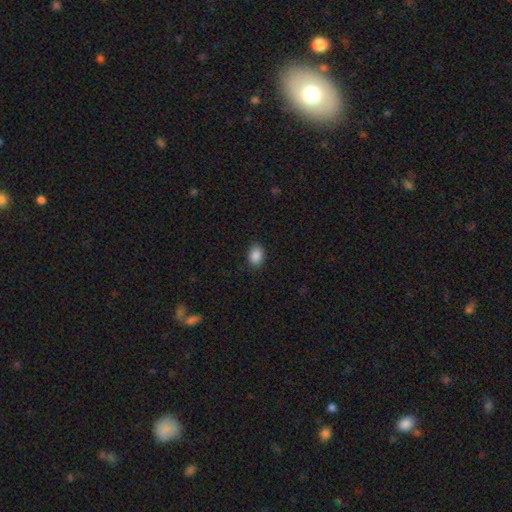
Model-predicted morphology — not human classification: smooth-or-featured: smooth: 88% | star or artifact: 9% | featured or disk: 3%
  how-rounded: in between: 75% | round: 24% | cigar-shaped: 1%
  merging: none: 88% | minor disturbance: 9% | major disturbance: 2% | merger: 1%